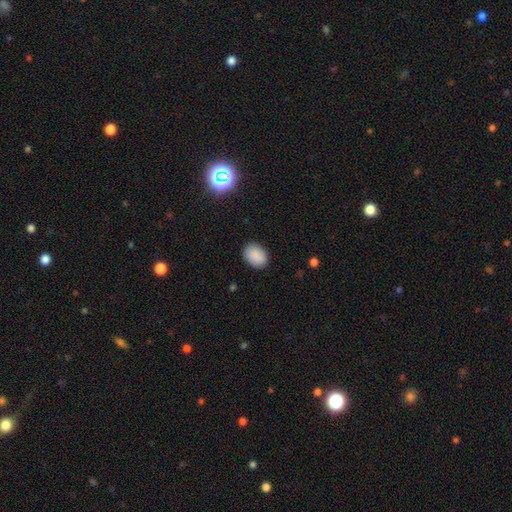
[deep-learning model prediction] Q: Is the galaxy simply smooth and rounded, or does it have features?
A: smooth — 88%.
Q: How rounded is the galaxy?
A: in between — 74%.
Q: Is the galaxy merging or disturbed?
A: none — 86%.